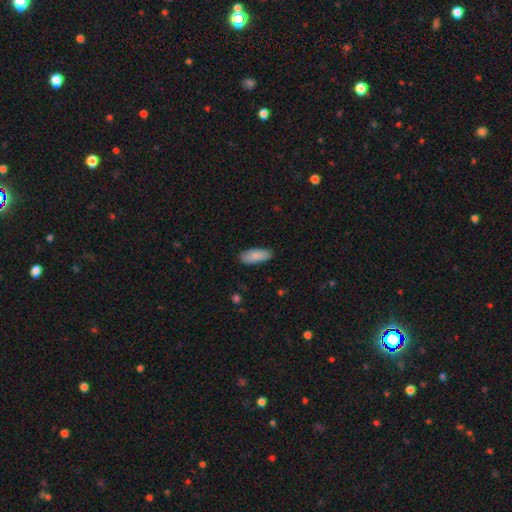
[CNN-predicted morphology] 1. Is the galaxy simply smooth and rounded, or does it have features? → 88% smooth, 6% featured or disk, 6% star or artifact.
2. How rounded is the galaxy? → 82% in between, 17% cigar-shaped, 2% round.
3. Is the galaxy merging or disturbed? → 88% none, 9% minor disturbance, 2% major disturbance, 1% merger.